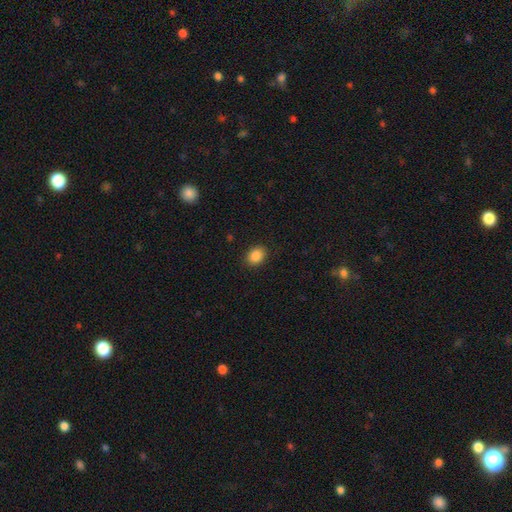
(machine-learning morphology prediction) Smooth or featured?
  - smooth: 88% *
  - star or artifact: 8%
  - featured or disk: 3%
How rounded?
  - in between: 63% *
  - round: 36%
  - cigar-shaped: 1%
Merging?
  - none: 88% *
  - minor disturbance: 8%
  - major disturbance: 2%
  - merger: 1%